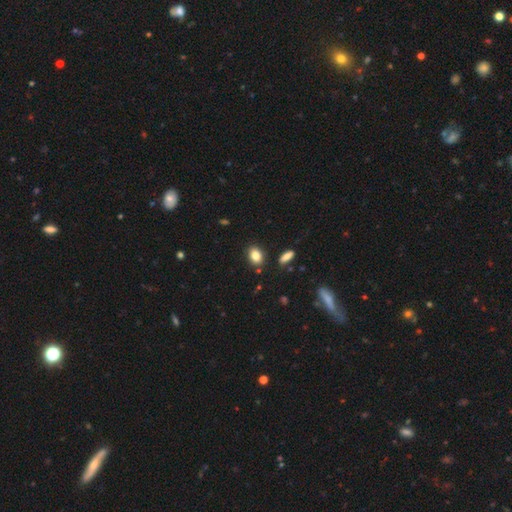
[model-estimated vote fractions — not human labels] Overall: smooth (84%). How rounded: in between (72%). Merging: none (85%).